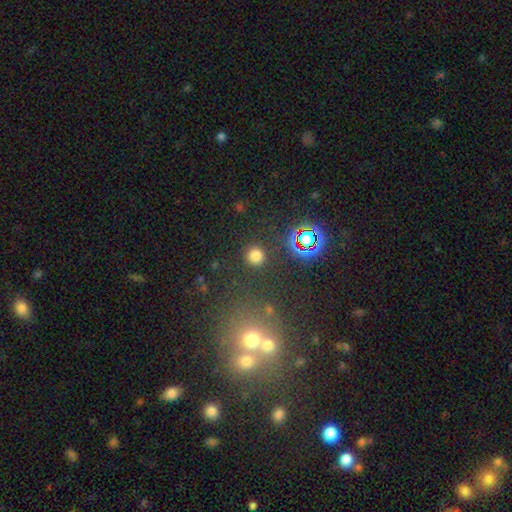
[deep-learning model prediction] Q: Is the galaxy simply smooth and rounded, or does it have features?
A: smooth — 75%.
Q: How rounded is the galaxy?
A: round — 93%.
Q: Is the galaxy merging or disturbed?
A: none — 89%.